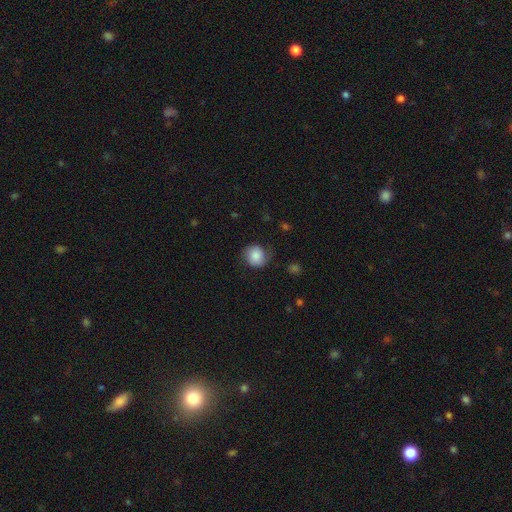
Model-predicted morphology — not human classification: smooth 76%, featured or disk 15%, star or artifact 8%. Down the decision tree: how rounded — round (83%); merging — none (71%).